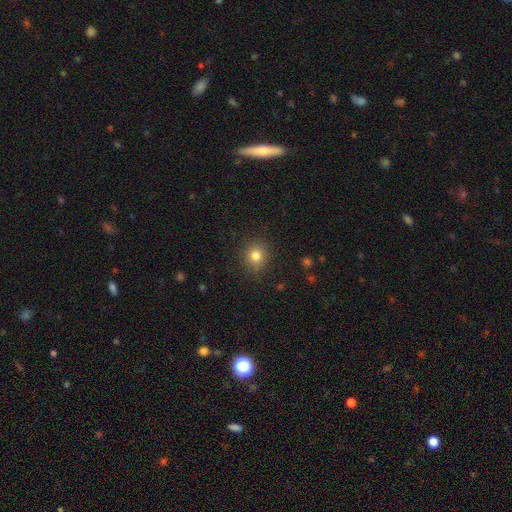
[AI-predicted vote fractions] A smooth galaxy with no disk features (81%) that is round (85%). Merging: none (88%).